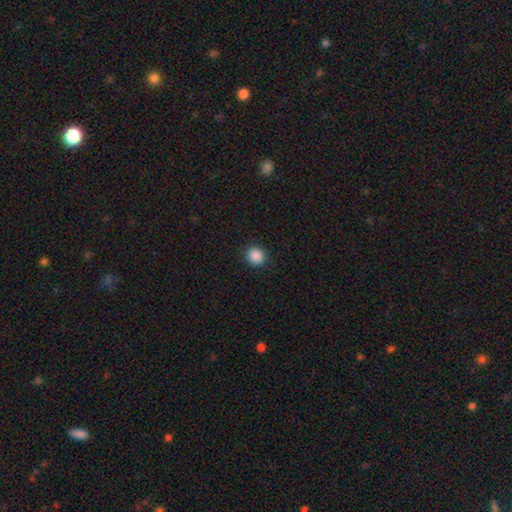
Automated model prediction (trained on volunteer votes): Q: Smooth or featured?
A: smooth (88%); runner-up: star or artifact (10%)
Q: How rounded?
A: round (88%); runner-up: in between (11%)
Q: Merging?
A: none (91%); runner-up: minor disturbance (6%)